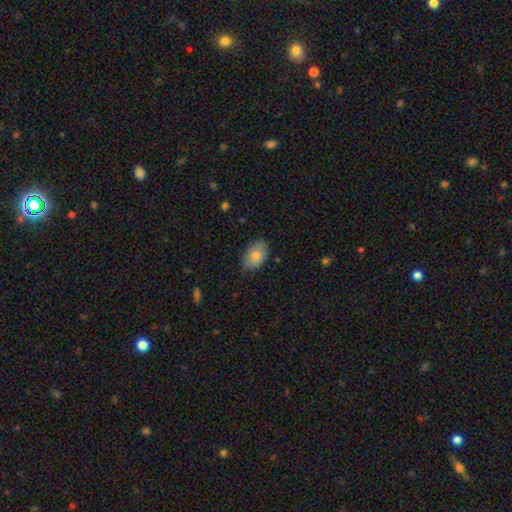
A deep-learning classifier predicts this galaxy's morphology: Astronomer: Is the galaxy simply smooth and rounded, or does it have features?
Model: smooth — 81%.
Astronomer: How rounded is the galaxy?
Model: in between — 90%.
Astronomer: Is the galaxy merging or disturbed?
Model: none — 74%.